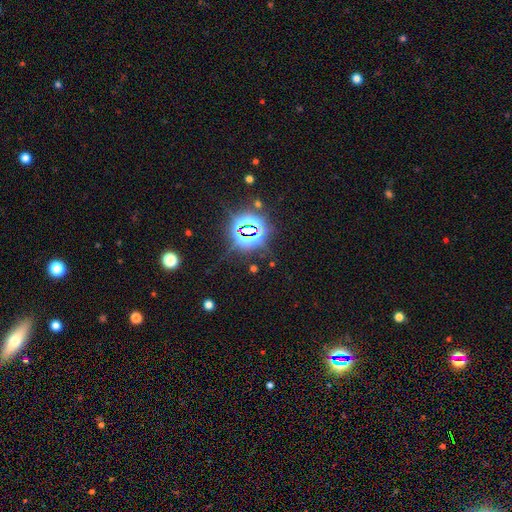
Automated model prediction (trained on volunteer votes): A star or artifact, not a galaxy (80%).